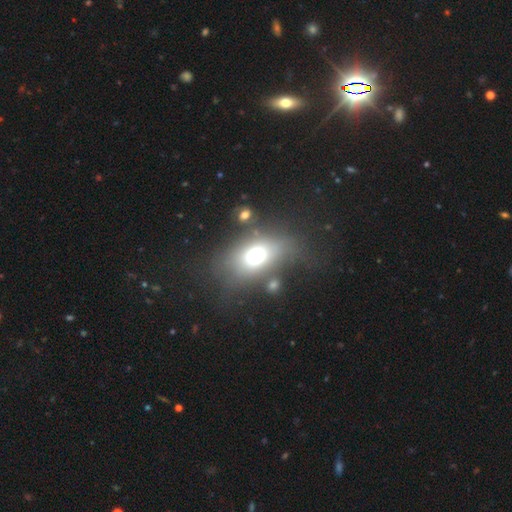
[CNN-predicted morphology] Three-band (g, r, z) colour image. It shows a smooth galaxy with no disk features (62%) that is in between round and cigar-shaped (64%). Merging: none (59%).